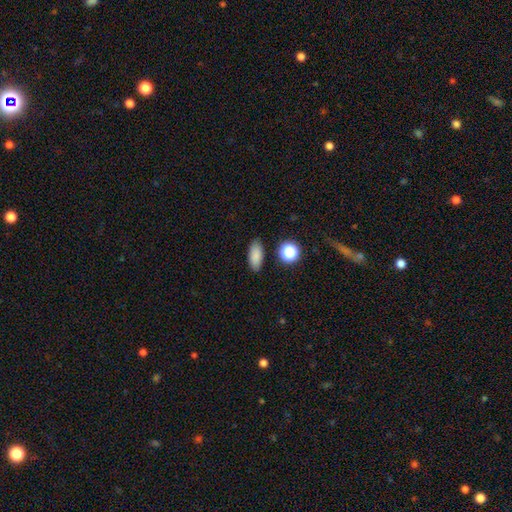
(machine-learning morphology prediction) This is clearly a smooth galaxy (85%). How rounded: clearly in between (81%). Merging: clearly none (86%).